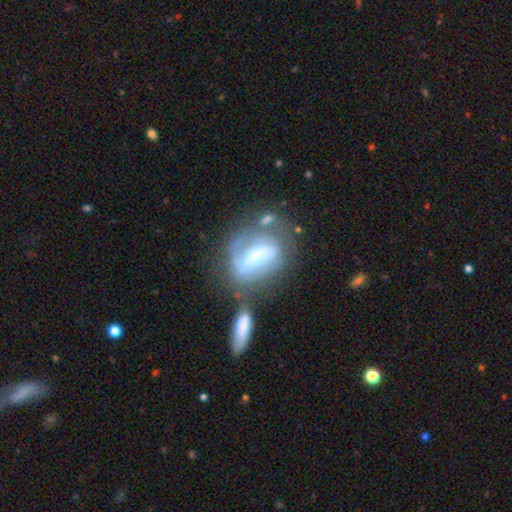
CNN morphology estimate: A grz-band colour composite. It shows a featured or disk galaxy (64%) with a strong bar (44%), spiral arms (67%) and a small central bulge (42%). Merging: none (33%).